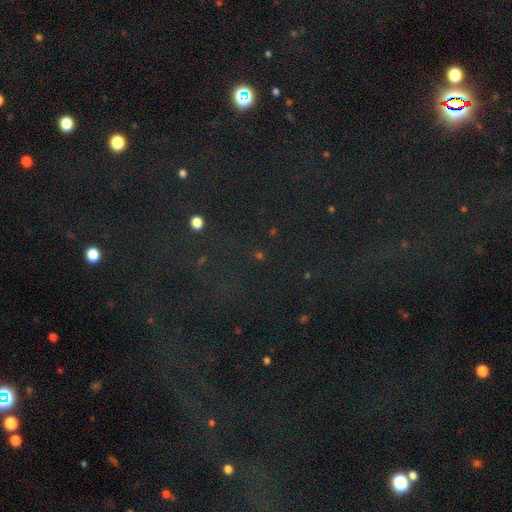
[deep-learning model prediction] Smooth or featured? Predicted: star or artifact (p=0.76).